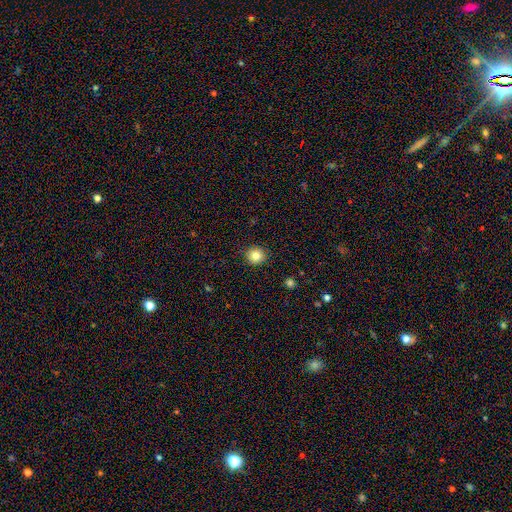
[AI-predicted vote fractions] Q: Smooth or featured?
A: smooth (83%); runner-up: star or artifact (11%)
Q: How rounded?
A: round (93%); runner-up: in between (6%)
Q: Merging?
A: none (92%); runner-up: minor disturbance (5%)